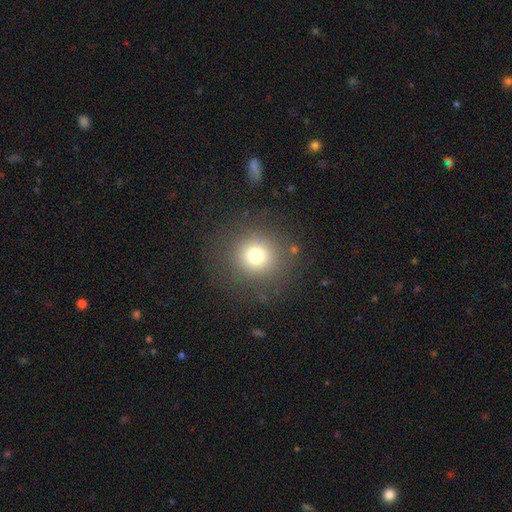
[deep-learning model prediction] Smooth or featured?
  - smooth: 75% *
  - star or artifact: 15%
  - featured or disk: 10%
How rounded?
  - round: 91% *
  - in between: 8%
  - cigar-shaped: 1%
Merging?
  - none: 85% *
  - minor disturbance: 8%
  - major disturbance: 5%
  - merger: 2%